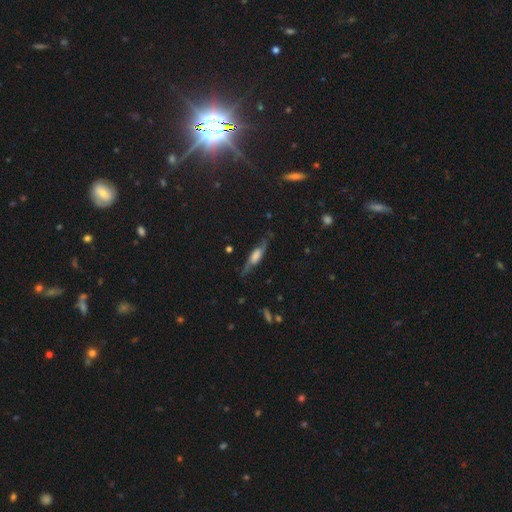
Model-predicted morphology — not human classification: featured or disk 64%, smooth 28%, star or artifact 8%. Down the decision tree: edge-on disk — yes (53%); merging — none (71%).